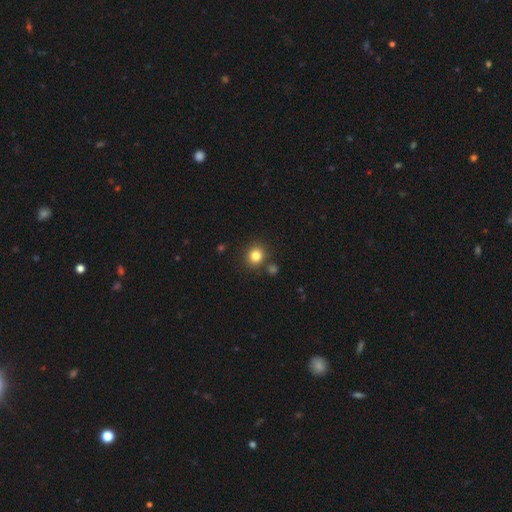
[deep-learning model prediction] Smooth or featured: smooth — 82% (star or artifact — 12%)
How rounded: round — 82% (in between — 17%)
Merging: none — 82% (minor disturbance — 8%)